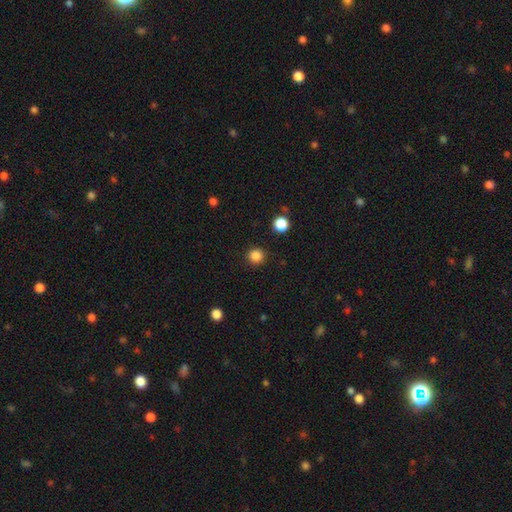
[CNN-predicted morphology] This appears to be a smooth galaxy with no disk features (85%) that is round (94%). Merging: none (91%).